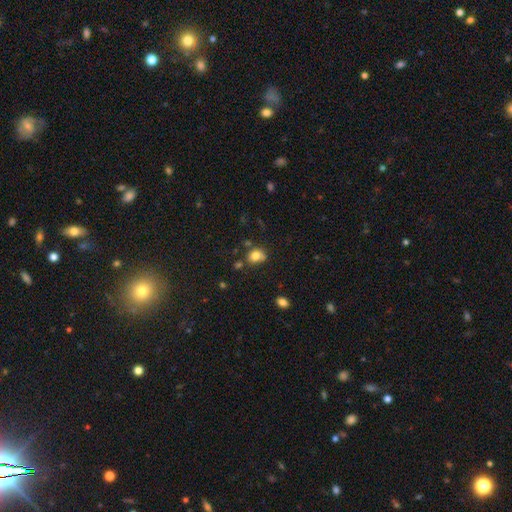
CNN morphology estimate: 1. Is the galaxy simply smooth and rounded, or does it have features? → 79% smooth, 11% star or artifact, 10% featured or disk.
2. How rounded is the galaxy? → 55% round, 44% in between, 1% cigar-shaped.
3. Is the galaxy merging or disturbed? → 60% none, 22% minor disturbance, 12% merger, 6% major disturbance.